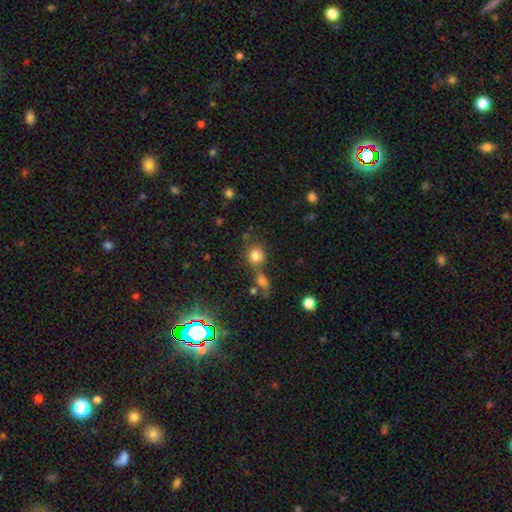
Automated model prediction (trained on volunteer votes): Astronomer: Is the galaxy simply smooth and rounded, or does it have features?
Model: smooth — 79%.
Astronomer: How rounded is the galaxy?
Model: round — 85%.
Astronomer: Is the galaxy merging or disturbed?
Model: none — 58%.